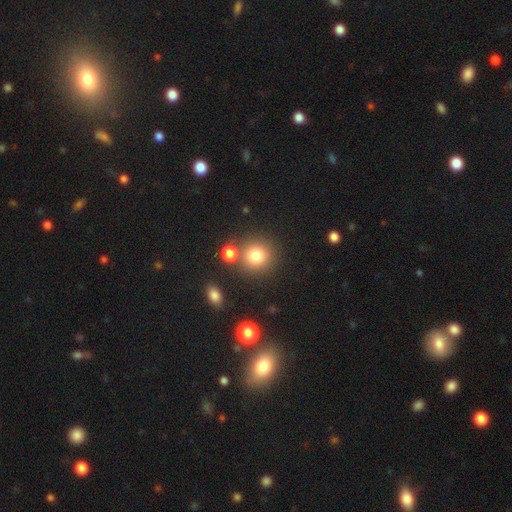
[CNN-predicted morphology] type=smooth (79%); roundness=round (91%); merging=none (75%).